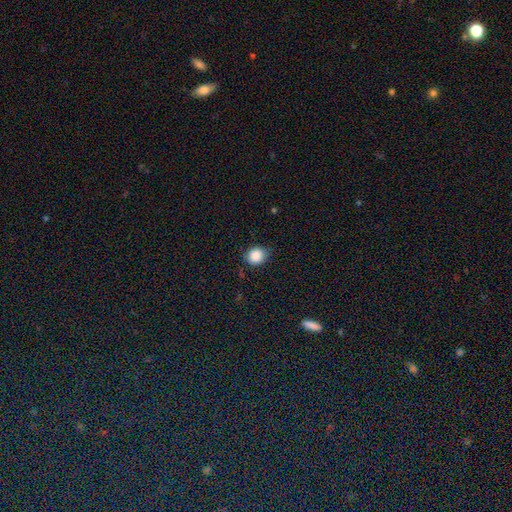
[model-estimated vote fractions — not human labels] This appears to be a smooth galaxy with no disk features (87%) that is round (77%). Merging: none (76%).